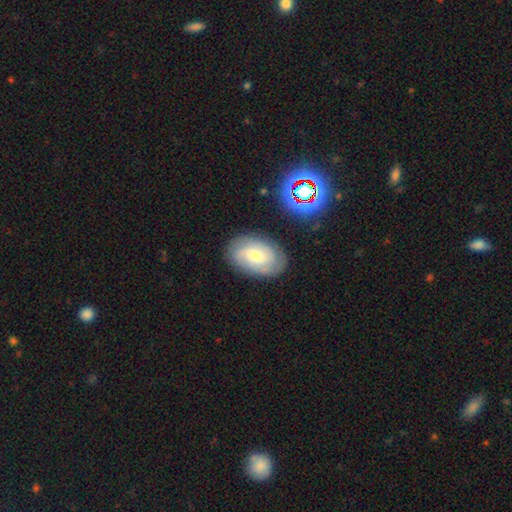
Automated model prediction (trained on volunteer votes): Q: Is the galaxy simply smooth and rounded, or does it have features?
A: featured or disk — 60%.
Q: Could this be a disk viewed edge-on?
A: no — 95%.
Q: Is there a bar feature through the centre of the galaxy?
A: weak — 53%.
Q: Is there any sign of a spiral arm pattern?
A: yes — 88%.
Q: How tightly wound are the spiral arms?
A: tight — 47%.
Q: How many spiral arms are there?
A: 2 — 40%.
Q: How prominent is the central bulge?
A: moderate — 52%.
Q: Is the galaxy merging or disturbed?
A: none — 81%.